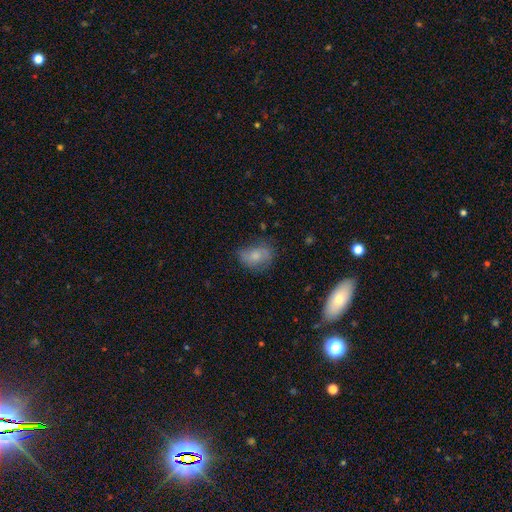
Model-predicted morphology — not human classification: smooth-or-featured: smooth: 70% | featured or disk: 21% | star or artifact: 9%
  how-rounded: in between: 71% | round: 27% | cigar-shaped: 2%
  merging: none: 56% | minor disturbance: 30% | major disturbance: 12% | merger: 2%